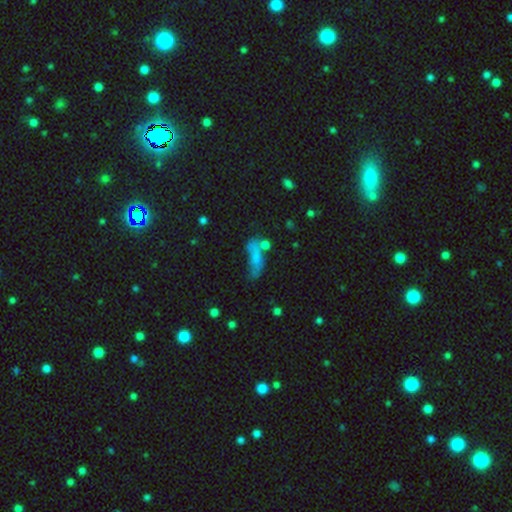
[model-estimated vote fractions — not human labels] smooth-or-featured: smooth: 58% | featured or disk: 27% | star or artifact: 15%
  how-rounded: in between: 62% | cigar-shaped: 31% | round: 7%
  merging: none: 30% | major disturbance: 26% | minor disturbance: 22% | merger: 22%